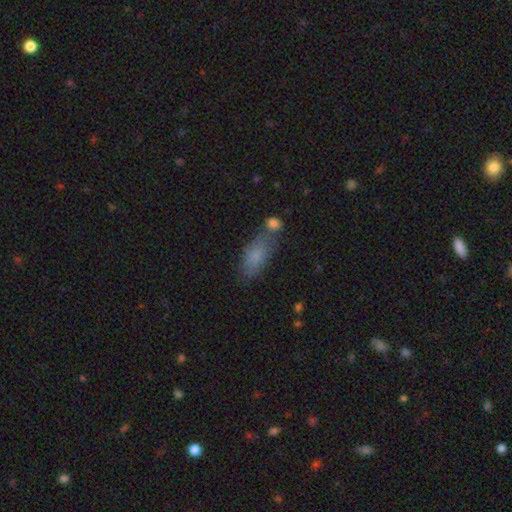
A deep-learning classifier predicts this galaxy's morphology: smooth-or-featured: smooth: 81% | featured or disk: 11% | star or artifact: 8%
  how-rounded: in between: 83% | cigar-shaped: 14% | round: 3%
  merging: none: 56% | minor disturbance: 19% | merger: 19% | major disturbance: 6%